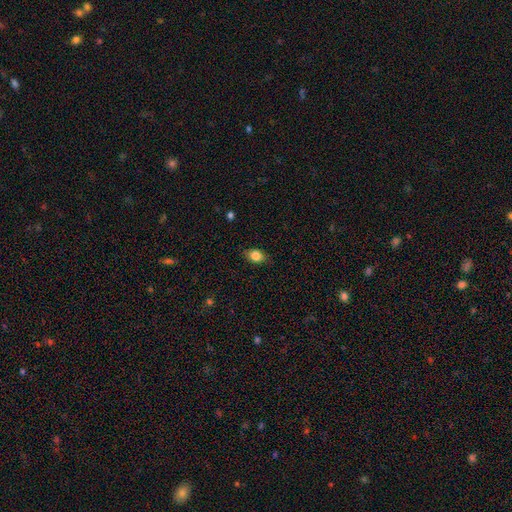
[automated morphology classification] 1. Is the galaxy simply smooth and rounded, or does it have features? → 83% smooth, 9% star or artifact, 8% featured or disk.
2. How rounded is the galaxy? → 73% in between, 25% round, 2% cigar-shaped.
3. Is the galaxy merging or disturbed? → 83% none, 13% minor disturbance, 3% major disturbance, 1% merger.